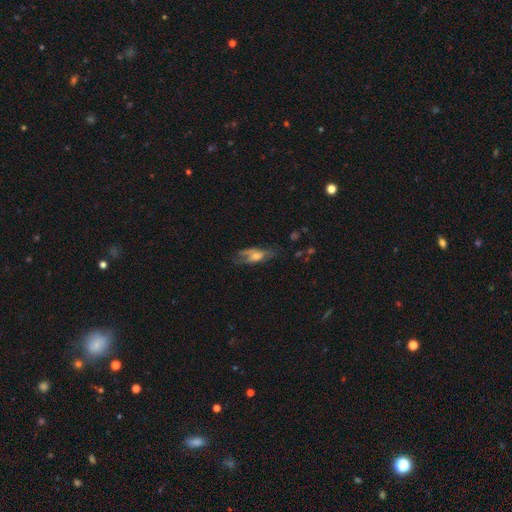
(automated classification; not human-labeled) featured or disk 54%, smooth 36%, star or artifact 10%. Down the decision tree: edge-on disk — no (65%); merging — none (46%).